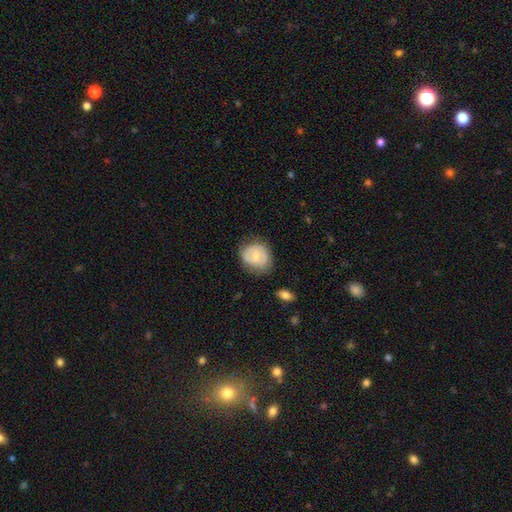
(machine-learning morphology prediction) A smooth galaxy with no disk features (58%) that is round (67%). Merging: none (63%).